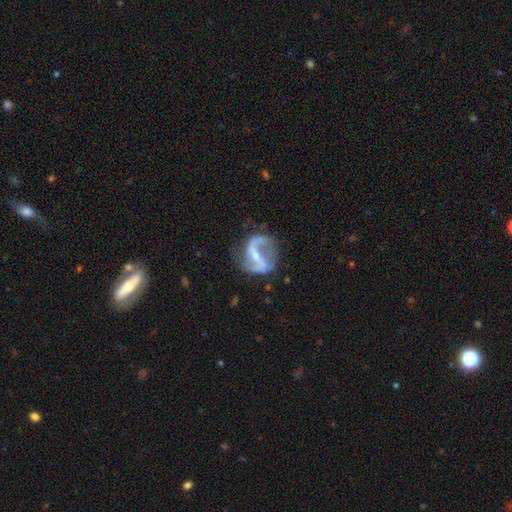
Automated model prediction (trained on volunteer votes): Smooth or featured: featured or disk — 88% (smooth — 6%)
Edge-on disk: no — 97% (yes — 3%)
Bar: strong — 56% (weak — 30%)
Spiral arms: yes — 94% (no — 6%)
Spiral winding: loose — 58% (medium — 33%)
Spiral arm count: 2 — 88% (1 — 5%)
Bulge size: small — 60% (moderate — 35%)
Merging: none — 66% (minor disturbance — 19%)